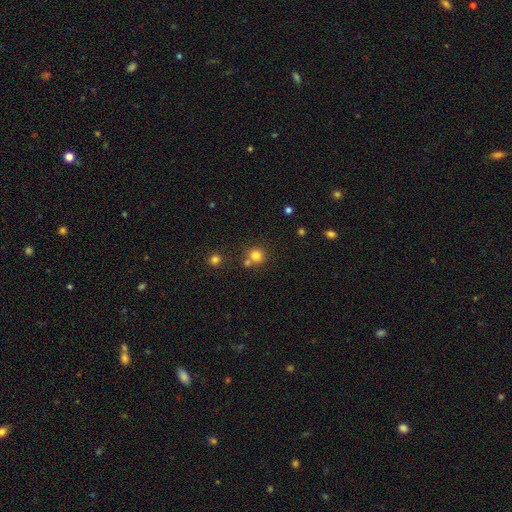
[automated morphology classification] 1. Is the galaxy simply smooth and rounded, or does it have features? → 79% smooth, 14% star or artifact, 7% featured or disk.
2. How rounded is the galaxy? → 88% round, 11% in between, 1% cigar-shaped.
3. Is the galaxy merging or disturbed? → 64% none, 24% merger, 8% minor disturbance, 3% major disturbance.